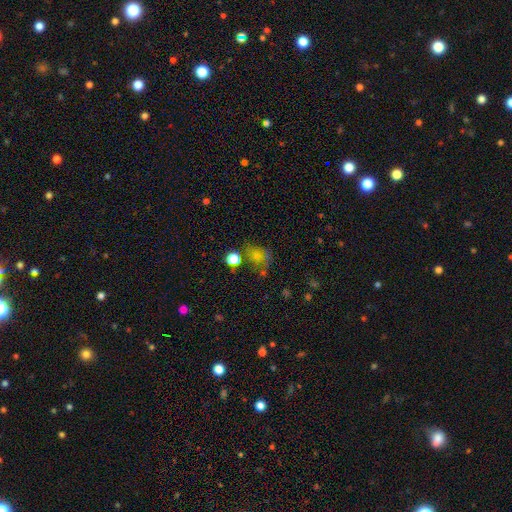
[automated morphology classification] Smooth or featured? smooth (52%)
How rounded? round (59%)
Merging? none (53%)